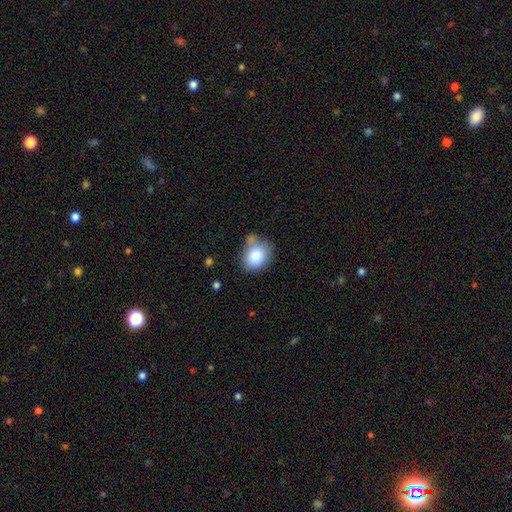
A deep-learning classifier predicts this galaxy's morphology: Smooth or featured?
  - smooth: 84% *
  - star or artifact: 8%
  - featured or disk: 8%
How rounded?
  - round: 57% *
  - in between: 42%
  - cigar-shaped: 1%
Merging?
  - none: 52% *
  - minor disturbance: 26%
  - merger: 14%
  - major disturbance: 8%